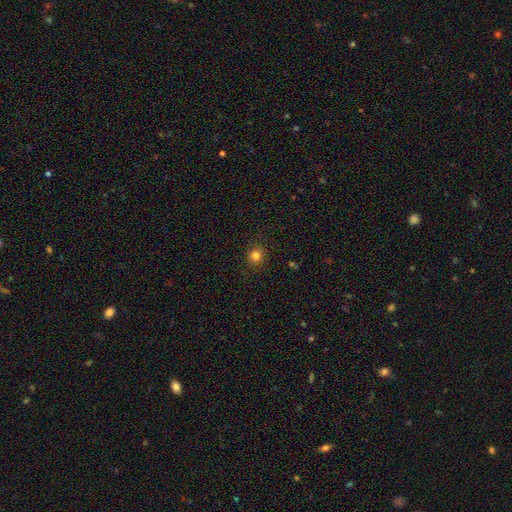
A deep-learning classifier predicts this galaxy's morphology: smooth 82%, star or artifact 13%, featured or disk 5%. Down the decision tree: how rounded — round (88%); merging — none (90%).